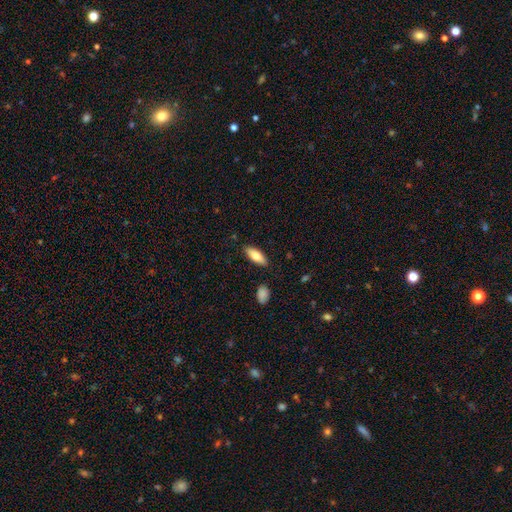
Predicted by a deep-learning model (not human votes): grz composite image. It shows a smooth galaxy with no disk features (74%) that is in between round and cigar-shaped (73%). Merging: none (86%).